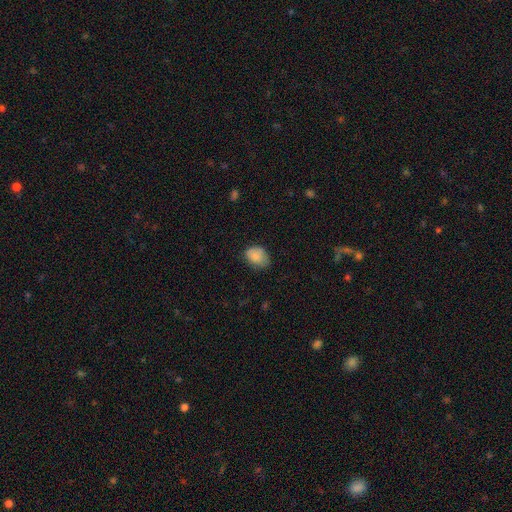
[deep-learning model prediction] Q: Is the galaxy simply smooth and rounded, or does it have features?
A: smooth — 84%.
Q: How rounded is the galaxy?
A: in between — 68%.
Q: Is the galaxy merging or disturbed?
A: none — 63%.